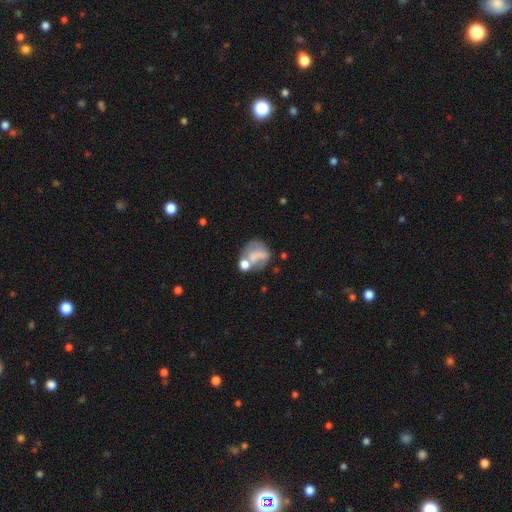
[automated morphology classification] smooth-or-featured: smooth: 50% | featured or disk: 37% | star or artifact: 12%
  how-rounded: round: 55% | in between: 44% | cigar-shaped: 1%
  merging: none: 29% | merger: 27% | major disturbance: 25% | minor disturbance: 19%